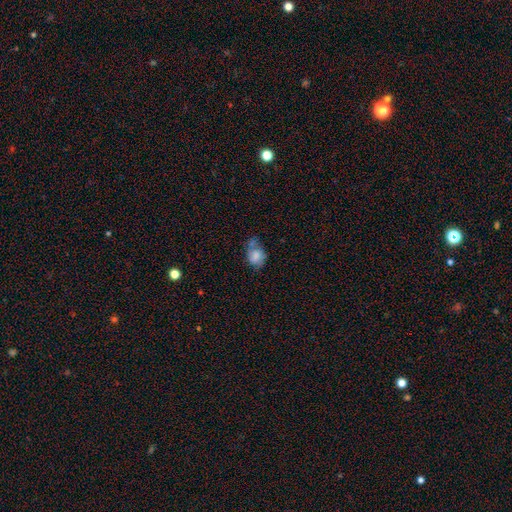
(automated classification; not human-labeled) Q: Smooth or featured?
A: smooth (72%); runner-up: featured or disk (18%)
Q: How rounded?
A: in between (65%); runner-up: round (33%)
Q: Merging?
A: none (37%); runner-up: minor disturbance (29%)